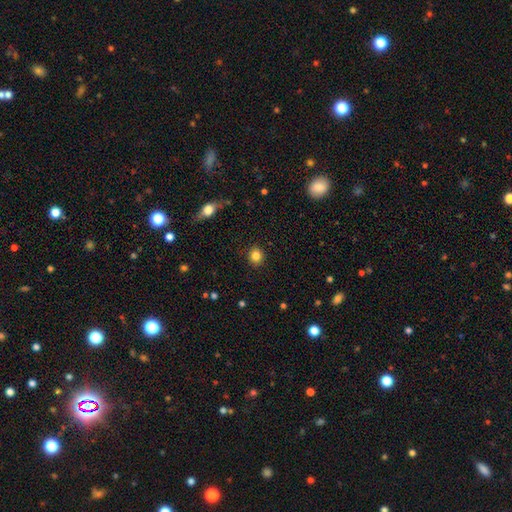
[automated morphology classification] Smooth or featured?
  - smooth: 85% *
  - star or artifact: 10%
  - featured or disk: 5%
How rounded?
  - round: 79% *
  - in between: 20%
  - cigar-shaped: 1%
Merging?
  - none: 90% *
  - minor disturbance: 7%
  - major disturbance: 2%
  - merger: 1%